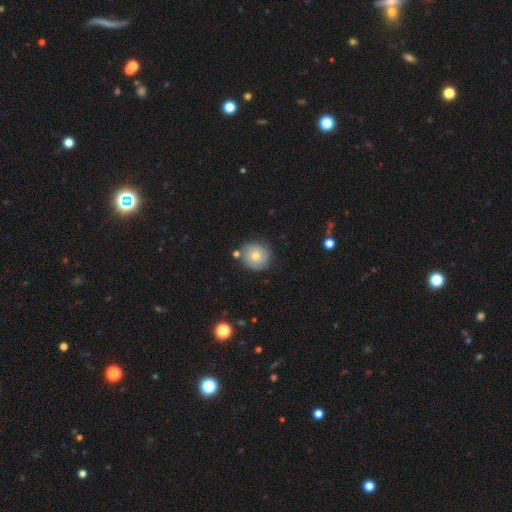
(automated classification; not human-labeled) Smooth or featured? Predicted: smooth (p=0.49). Merging? Predicted: none (p=0.77).